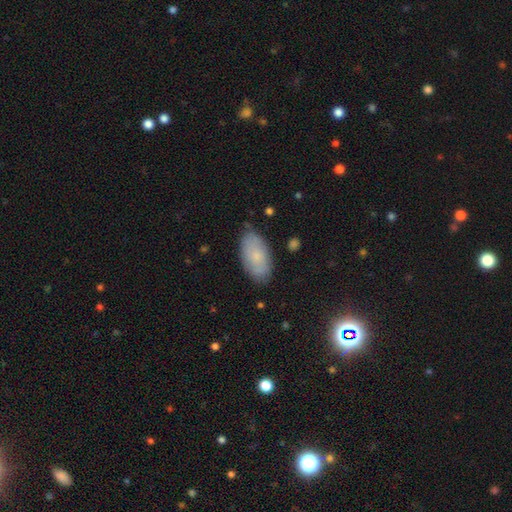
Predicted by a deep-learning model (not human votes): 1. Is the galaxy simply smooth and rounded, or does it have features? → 74% smooth, 19% featured or disk, 7% star or artifact.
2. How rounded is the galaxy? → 94% in between, 3% cigar-shaped, 3% round.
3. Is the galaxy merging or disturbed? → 80% none, 16% minor disturbance, 3% major disturbance, 1% merger.